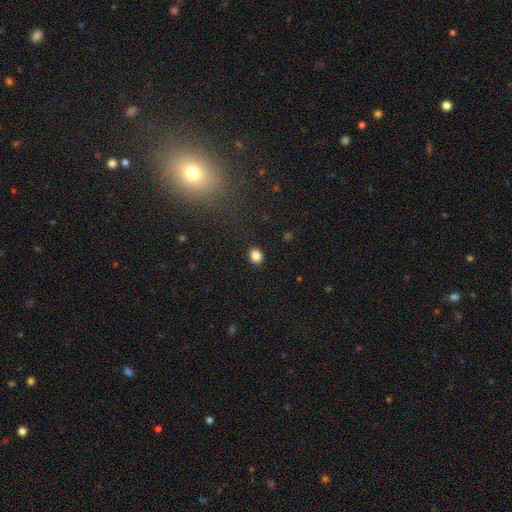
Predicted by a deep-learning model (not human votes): This is clearly a smooth galaxy (85%). How rounded: likely round (63%). Merging: clearly none (90%).